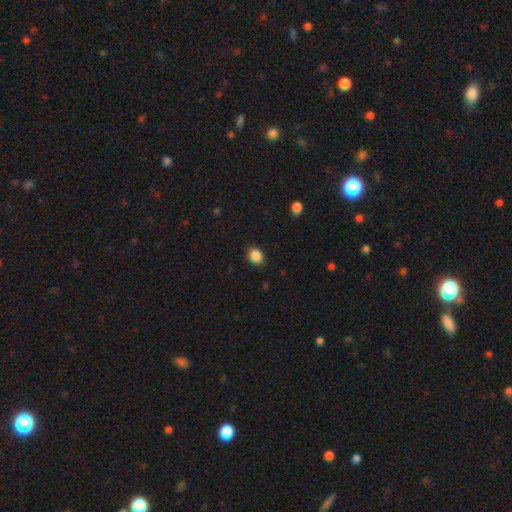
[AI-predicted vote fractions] Q: Smooth or featured?
A: smooth (87%); runner-up: star or artifact (10%)
Q: How rounded?
A: round (65%); runner-up: in between (34%)
Q: Merging?
A: none (88%); runner-up: minor disturbance (9%)